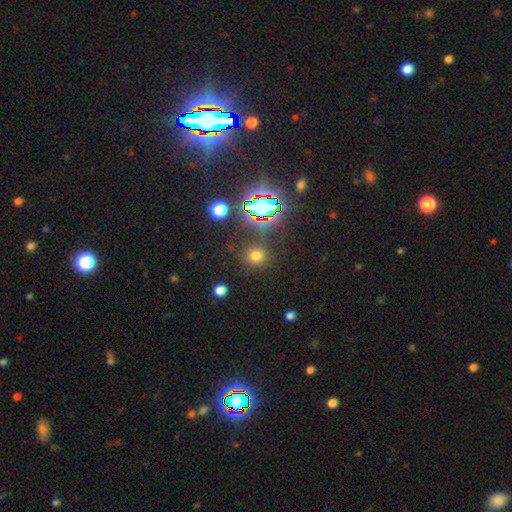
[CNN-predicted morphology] A smooth galaxy with no disk features (65%) that is round (89%).

Vote fractions:
- Smooth or featured? smooth: 65% / star or artifact: 28% / featured or disk: 7%
- How rounded? round: 89% / in between: 9% / cigar-shaped: 1%
- Merging? none: 85% / minor disturbance: 8% / major disturbance: 4% / merger: 4%